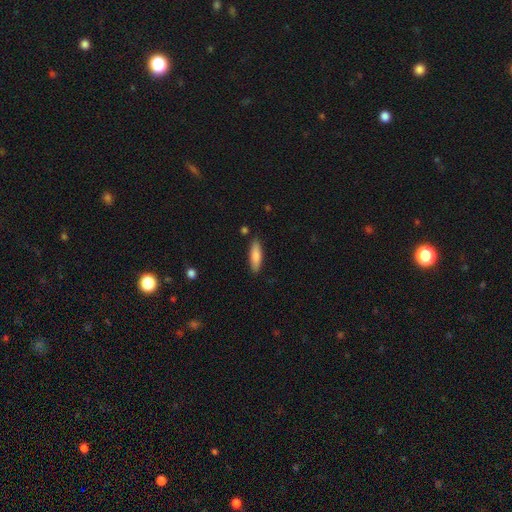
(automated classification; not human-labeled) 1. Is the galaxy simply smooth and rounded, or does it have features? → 83% smooth, 11% featured or disk, 6% star or artifact.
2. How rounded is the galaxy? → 57% cigar-shaped, 42% in between, 2% round.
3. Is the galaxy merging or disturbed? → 86% none, 10% minor disturbance, 2% major disturbance, 2% merger.